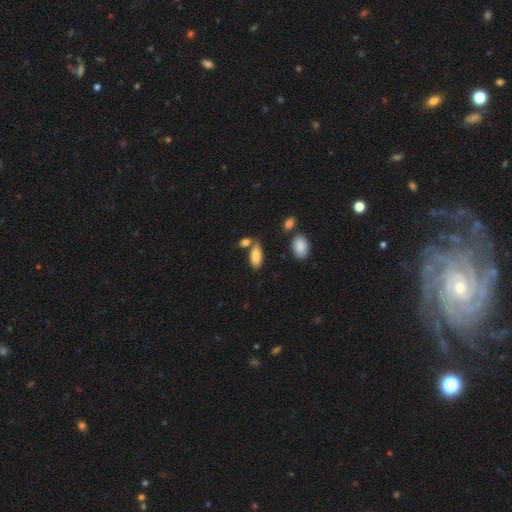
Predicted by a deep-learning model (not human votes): Smooth or featured: smooth — 84% (featured or disk — 9%)
How rounded: in between — 82% (cigar-shaped — 16%)
Merging: none — 63% (merger — 19%)